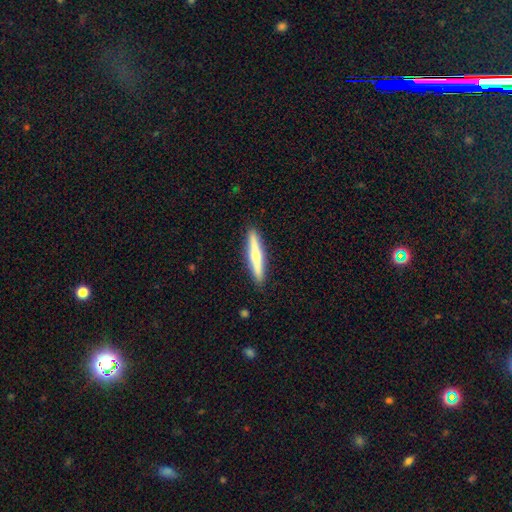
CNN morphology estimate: Q: Smooth or featured?
A: featured or disk (51%); runner-up: smooth (44%)
Q: Edge-on disk?
A: yes (96%); runner-up: no (4%)
Q: Merging?
A: none (91%); runner-up: minor disturbance (6%)